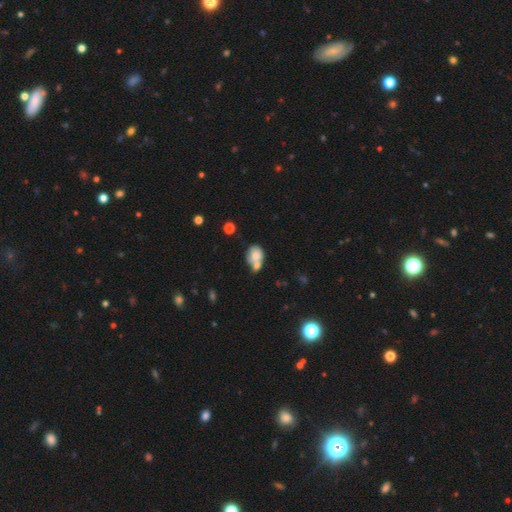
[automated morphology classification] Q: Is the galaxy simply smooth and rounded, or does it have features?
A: smooth — 74%.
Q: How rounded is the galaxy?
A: in between — 54%.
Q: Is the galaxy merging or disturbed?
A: merger — 52%.